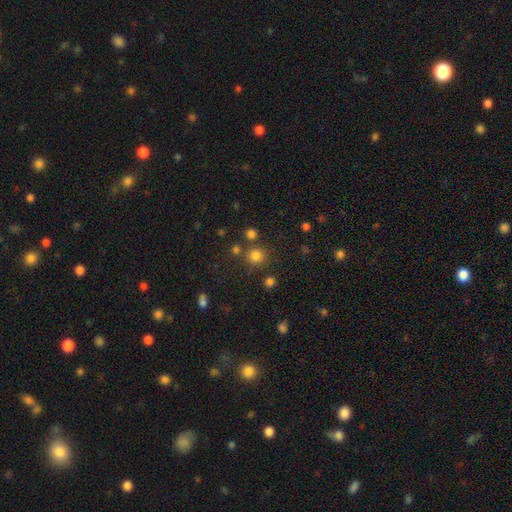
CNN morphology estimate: This is likely a smooth galaxy (78%). How rounded: clearly round (92%). Merging: likely none (78%).